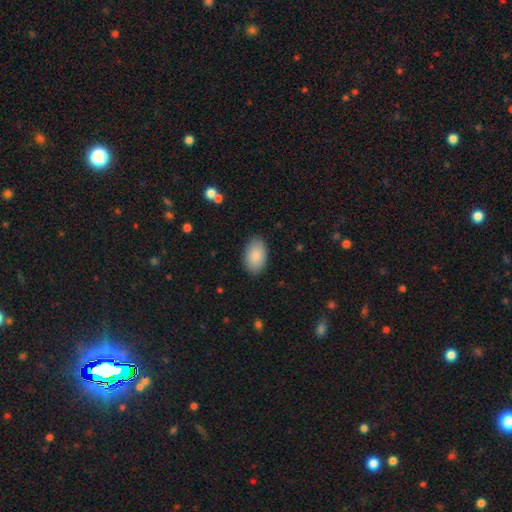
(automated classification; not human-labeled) Q: Smooth or featured?
A: smooth (87%); runner-up: featured or disk (7%)
Q: How rounded?
A: in between (94%); runner-up: round (5%)
Q: Merging?
A: none (87%); runner-up: minor disturbance (10%)